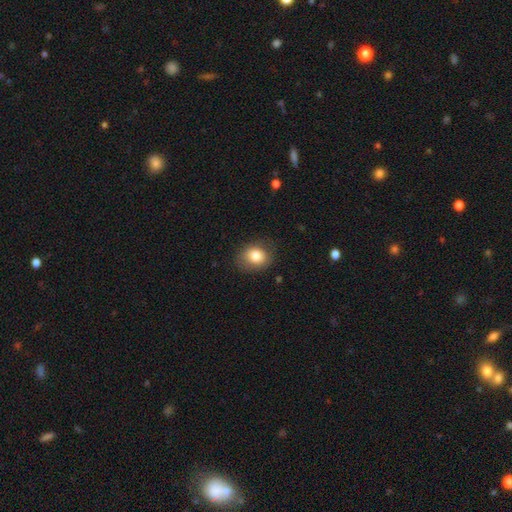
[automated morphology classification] Overall: smooth (81%). How rounded: round (54%; in between 45%). Merging: none (79%).